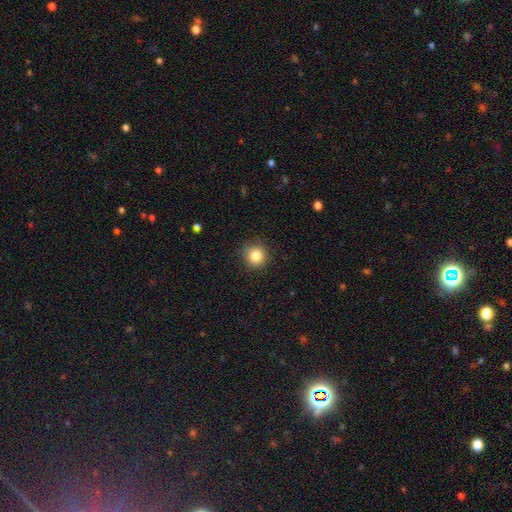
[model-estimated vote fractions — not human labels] A smooth galaxy with no disk features (84%) that is round (90%). Merging: none (87%).